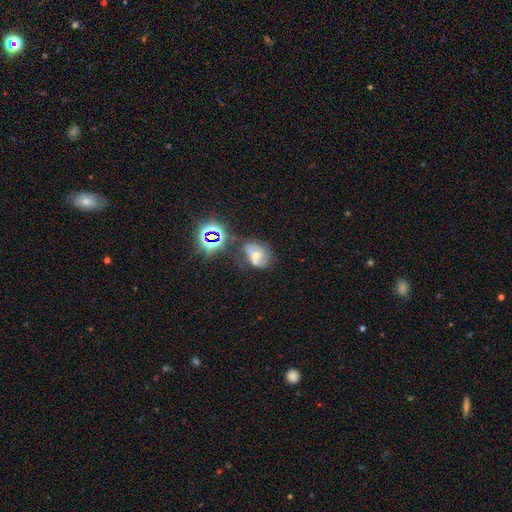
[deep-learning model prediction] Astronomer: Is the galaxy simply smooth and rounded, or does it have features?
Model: featured or disk — 42% (runner-up: star or artifact, 31%).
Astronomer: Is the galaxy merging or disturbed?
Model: none — 48%.